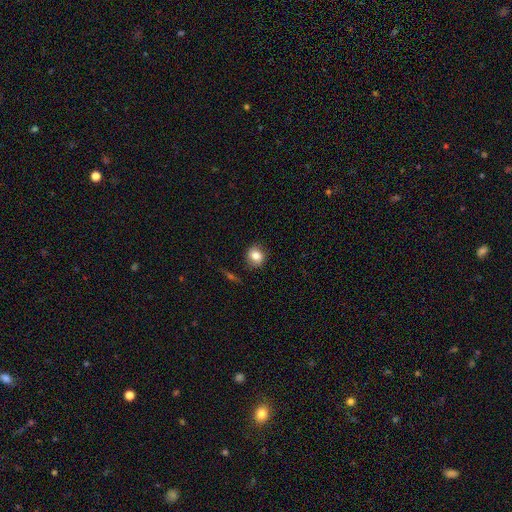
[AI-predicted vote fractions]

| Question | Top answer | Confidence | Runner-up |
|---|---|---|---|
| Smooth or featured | smooth | 80% | featured or disk (11%) |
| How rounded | round | 74% | in between (25%) |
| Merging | none | 82% | minor disturbance (13%) |